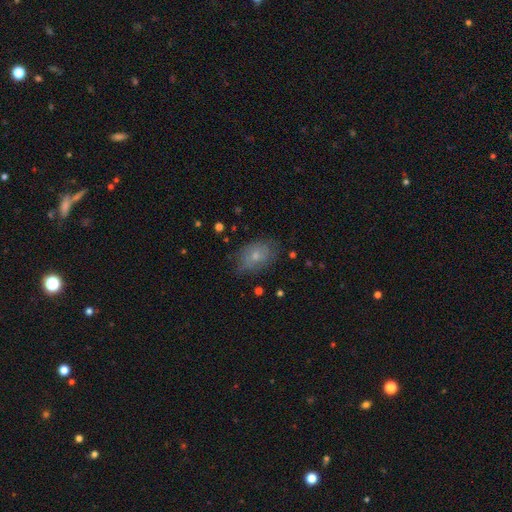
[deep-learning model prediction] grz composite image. It shows a smooth galaxy with no disk features (67%) that is in between round and cigar-shaped (81%). Merging: none (66%).